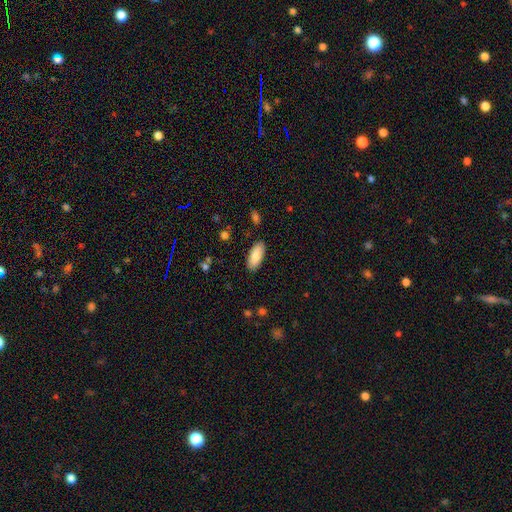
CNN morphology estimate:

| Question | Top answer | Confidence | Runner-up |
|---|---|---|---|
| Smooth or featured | smooth | 84% | featured or disk (10%) |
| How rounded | in between | 85% | cigar-shaped (13%) |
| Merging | none | 88% | minor disturbance (9%) |